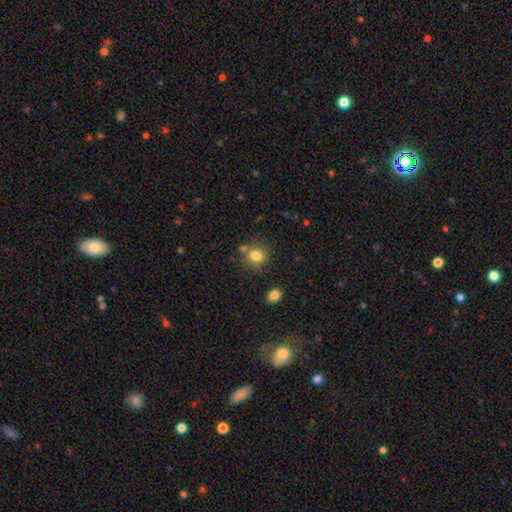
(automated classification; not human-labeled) This appears to be a smooth galaxy with no disk features (81%) that is round (76%). Merging: none (71%).